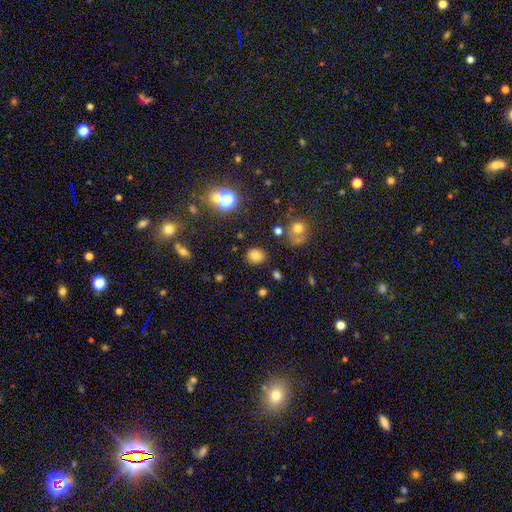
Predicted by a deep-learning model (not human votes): smooth 76%, star or artifact 16%, featured or disk 7%. Down the decision tree: how rounded — round (65%); merging — none (83%).